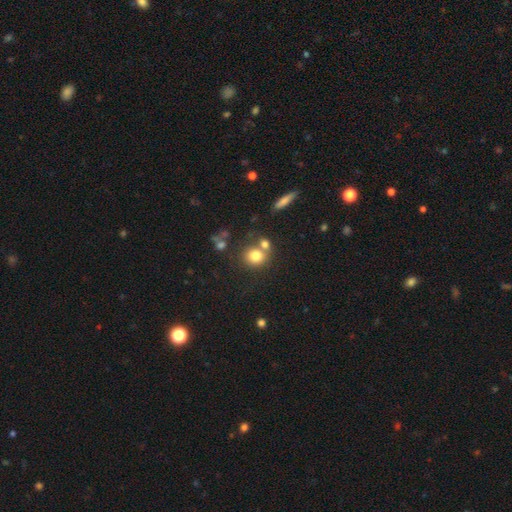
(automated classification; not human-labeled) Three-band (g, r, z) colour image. It shows a smooth galaxy with no disk features (76%) that is round (78%). Merging: none (54%).